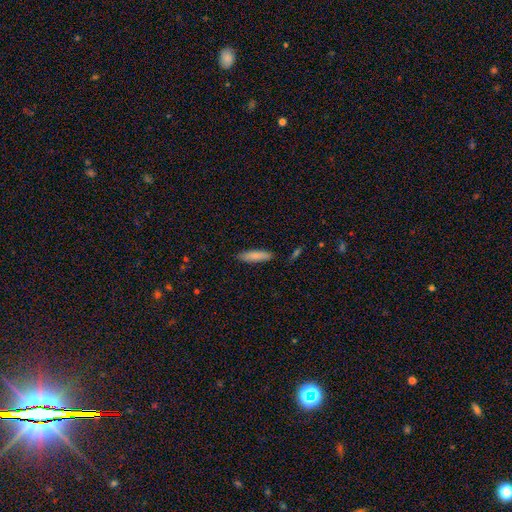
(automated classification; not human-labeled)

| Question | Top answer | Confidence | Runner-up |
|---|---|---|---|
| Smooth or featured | smooth | 83% | featured or disk (11%) |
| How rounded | cigar-shaped | 70% | in between (28%) |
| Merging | none | 87% | minor disturbance (10%) |